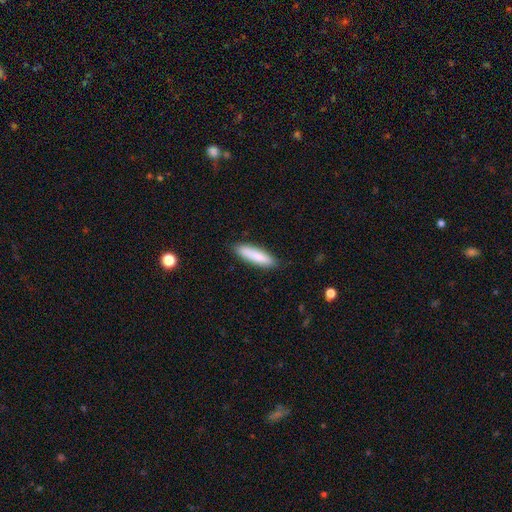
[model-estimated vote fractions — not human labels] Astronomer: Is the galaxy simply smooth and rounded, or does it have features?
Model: smooth — 84%.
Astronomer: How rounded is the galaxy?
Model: cigar-shaped — 70%.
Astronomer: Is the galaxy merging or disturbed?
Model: none — 87%.